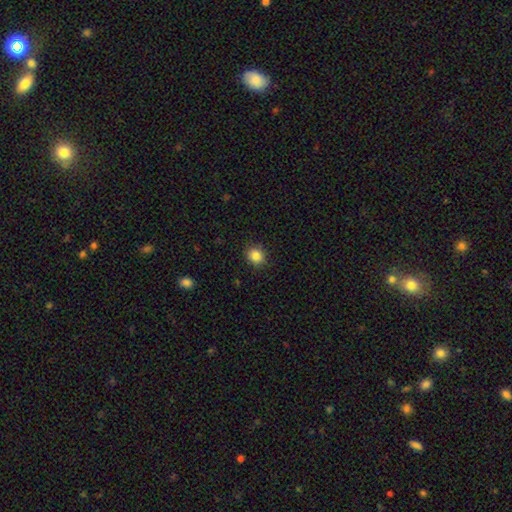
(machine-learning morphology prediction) Q: Smooth or featured?
A: smooth (86%); runner-up: star or artifact (10%)
Q: How rounded?
A: round (83%); runner-up: in between (16%)
Q: Merging?
A: none (90%); runner-up: minor disturbance (7%)